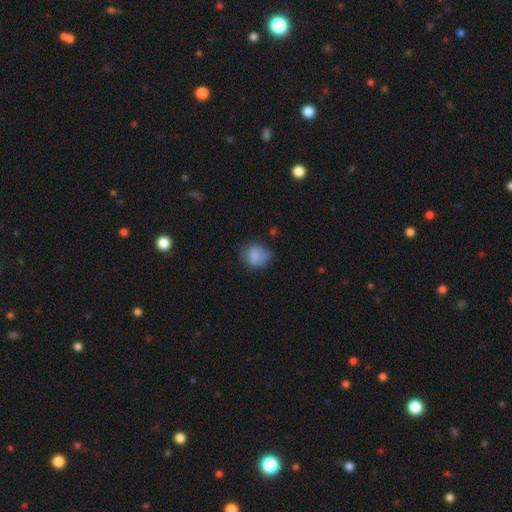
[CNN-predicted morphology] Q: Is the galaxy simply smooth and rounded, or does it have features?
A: smooth — 79%.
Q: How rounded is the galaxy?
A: round — 65%.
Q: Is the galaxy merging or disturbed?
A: none — 55%.